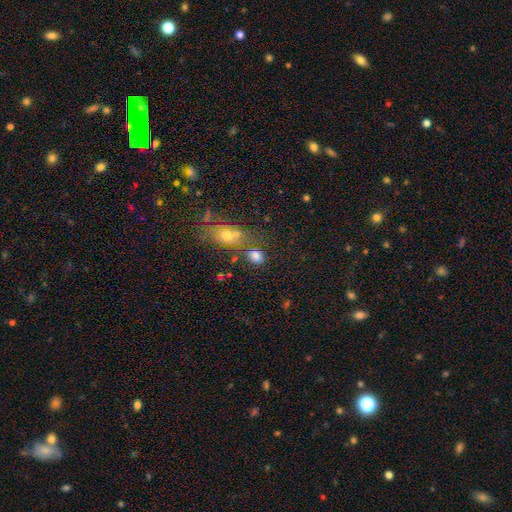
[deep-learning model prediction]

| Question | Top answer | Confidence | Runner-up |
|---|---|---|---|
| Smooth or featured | smooth | 78% | star or artifact (15%) |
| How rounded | round | 52% | in between (46%) |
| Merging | none | 65% | merger (17%) |